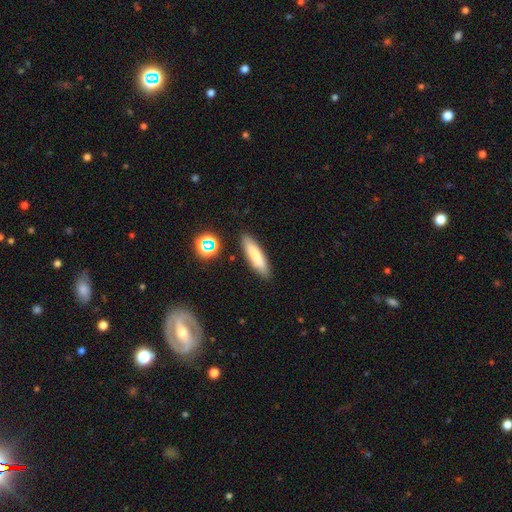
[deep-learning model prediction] The model was most divided on "how rounded": cigar-shaped: 70%, in between: 28%, round: 2%. More confident: merging — none (87%); smooth or featured — smooth (79%).